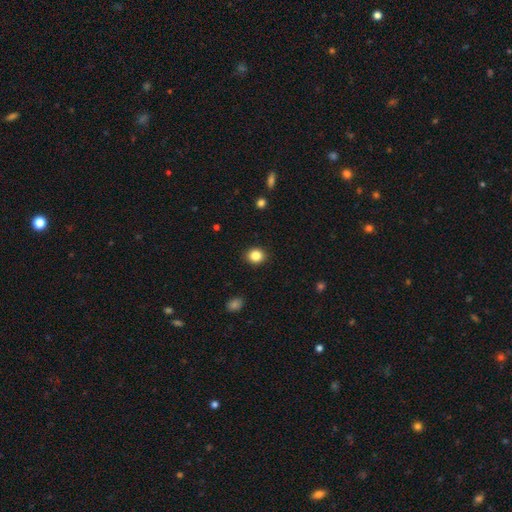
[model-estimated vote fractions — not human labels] smooth 85%, star or artifact 10%, featured or disk 5%. Down the decision tree: how rounded — round (75%); merging — none (91%).